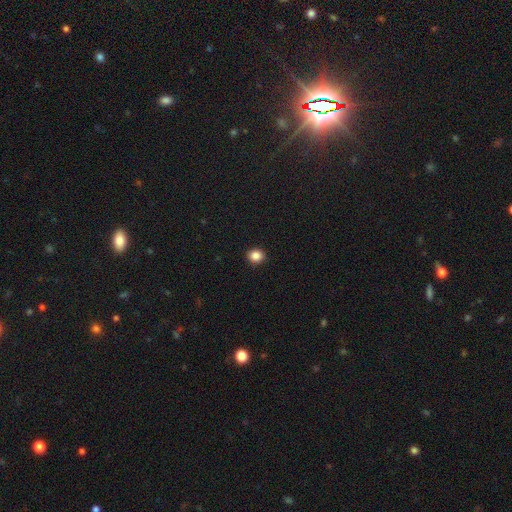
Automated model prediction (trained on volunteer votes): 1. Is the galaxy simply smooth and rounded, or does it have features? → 86% smooth, 10% star or artifact, 3% featured or disk.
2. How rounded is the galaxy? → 75% round, 24% in between, 1% cigar-shaped.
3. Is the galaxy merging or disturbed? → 92% none, 6% minor disturbance, 2% major disturbance, 1% merger.